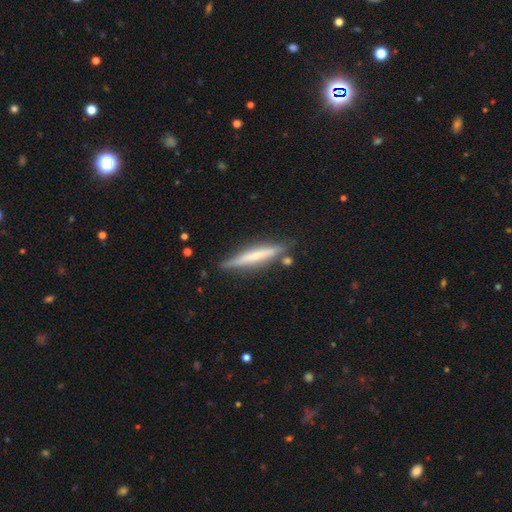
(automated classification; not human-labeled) Overall: featured or disk (49%; smooth 44%). Merging: none (79%).